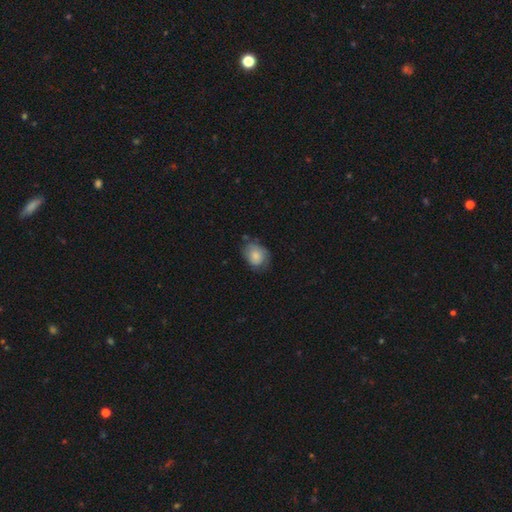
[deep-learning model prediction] smooth_or_featured: smooth (p=0.77) [alt: featured or disk p=0.16]
how_rounded: in between (p=0.55) [alt: round p=0.44]
merging: none (p=0.60) [alt: minor disturbance p=0.30]